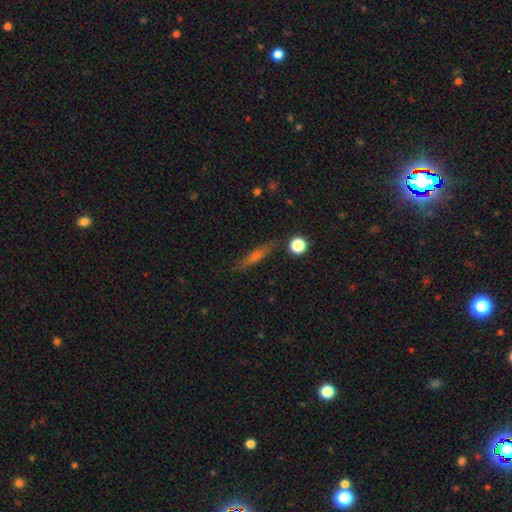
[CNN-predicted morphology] smooth 44%, featured or disk 43%, star or artifact 14%. Down the decision tree: merging — none (85%).